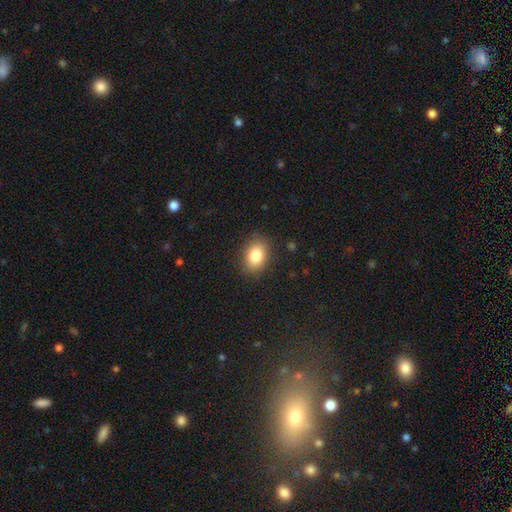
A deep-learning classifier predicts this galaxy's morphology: Overall: smooth (83%). How rounded: in between (76%). Merging: none (86%).